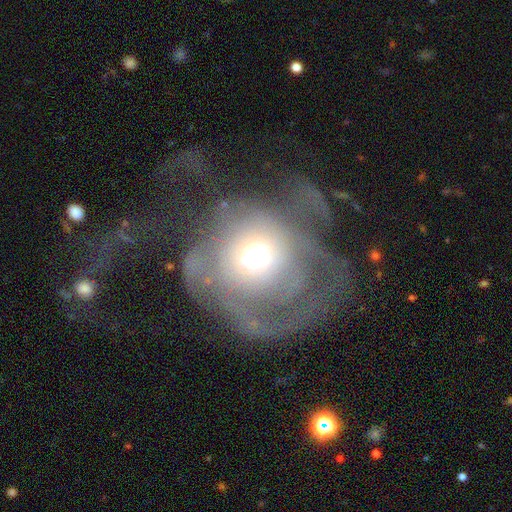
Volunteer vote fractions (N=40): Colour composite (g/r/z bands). It shows a featured or disk galaxy (65%) with no bar (92%), no spiral arms (72%) and a moderate central bulge (72%). Merging: major disturbance (72%).